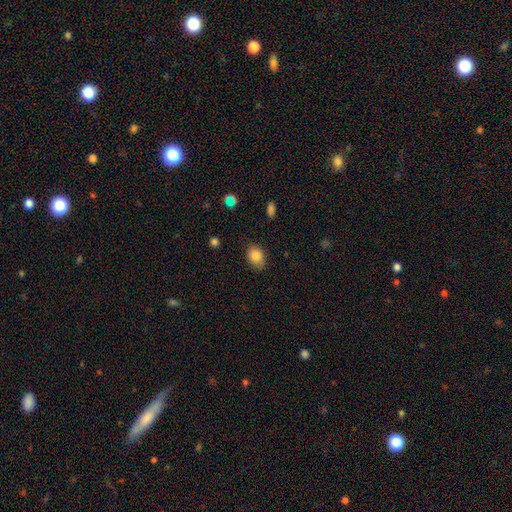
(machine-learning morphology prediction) A smooth galaxy with no disk features (85%) that is in between round and cigar-shaped (75%). Merging: none (81%).